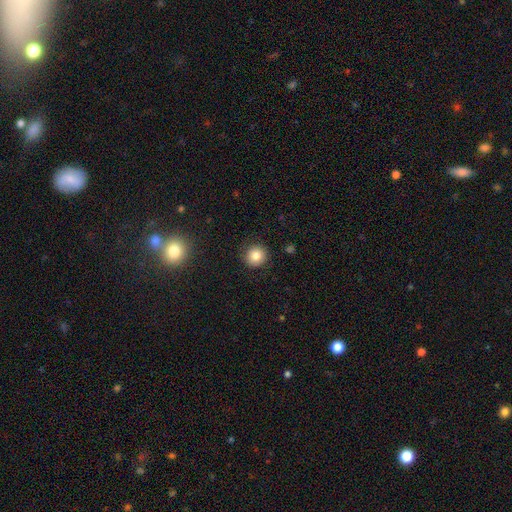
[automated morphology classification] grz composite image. It shows a smooth galaxy with no disk features (82%) that is round (93%). Merging: none (89%).